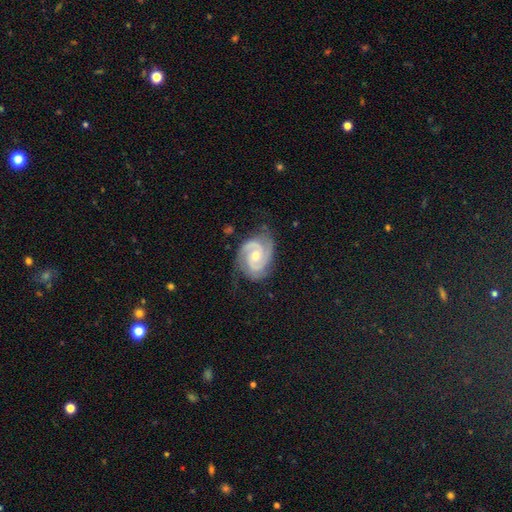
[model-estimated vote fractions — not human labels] This appears to be a featured or disk galaxy (92%) with no bar (57%), 2 (83%) tight (52%) spiral arms (98%) and a moderate central bulge (58%). Merging: none (74%).